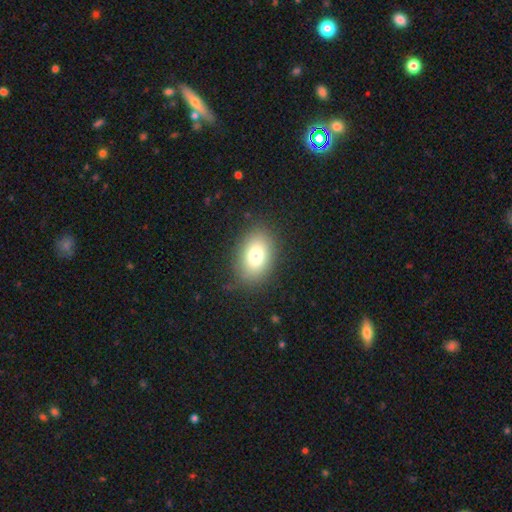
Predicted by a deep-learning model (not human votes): smooth-or-featured: smooth: 78% | featured or disk: 12% | star or artifact: 10%
  how-rounded: in between: 80% | round: 19% | cigar-shaped: 1%
  merging: none: 83% | minor disturbance: 12% | major disturbance: 4% | merger: 1%